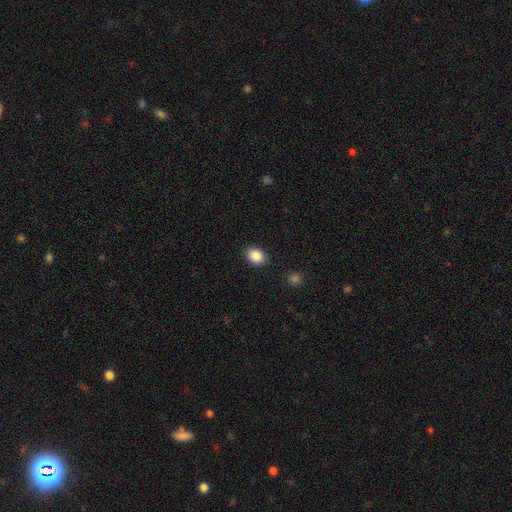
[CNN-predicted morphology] A smooth galaxy with no disk features (88%) that is in between round and cigar-shaped (61%).

Vote fractions:
- Smooth or featured? smooth: 88% / star or artifact: 8% / featured or disk: 3%
- How rounded? in between: 61% / round: 38% / cigar-shaped: 1%
- Merging? none: 87% / minor disturbance: 8% / major disturbance: 3% / merger: 2%